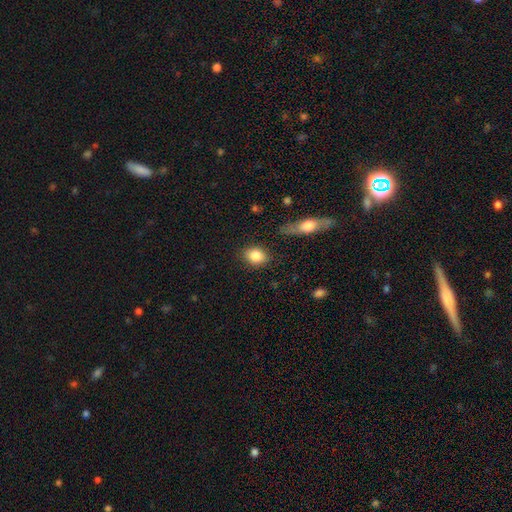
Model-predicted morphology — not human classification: Smooth or featured?
  - smooth: 85% *
  - featured or disk: 8%
  - star or artifact: 8%
How rounded?
  - in between: 58% *
  - round: 40%
  - cigar-shaped: 2%
Merging?
  - none: 84% *
  - minor disturbance: 11%
  - major disturbance: 3%
  - merger: 2%